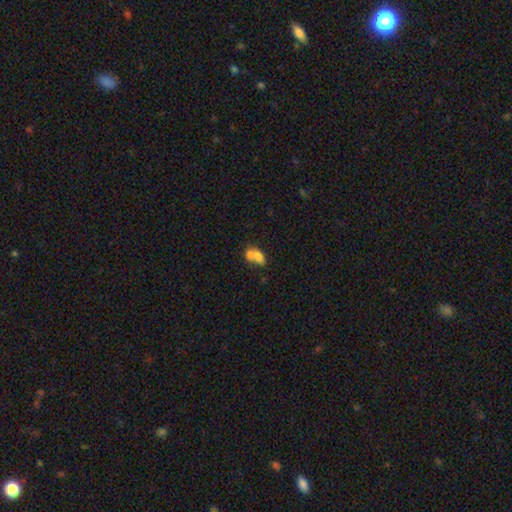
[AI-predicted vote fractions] A smooth galaxy with no disk features (70%) that is in between round and cigar-shaped (74%).

Vote fractions:
- Smooth or featured? smooth: 70% / featured or disk: 20% / star or artifact: 10%
- How rounded? in between: 74% / round: 23% / cigar-shaped: 3%
- Merging? merger: 69% / none: 19% / minor disturbance: 7% / major disturbance: 4%